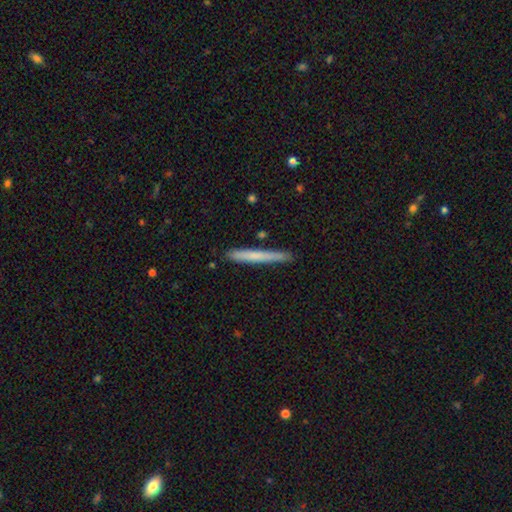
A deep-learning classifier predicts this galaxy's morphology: Q: Smooth or featured?
A: smooth (68%); runner-up: featured or disk (26%)
Q: How rounded?
A: cigar-shaped (97%); runner-up: in between (2%)
Q: Merging?
A: none (87%); runner-up: minor disturbance (10%)